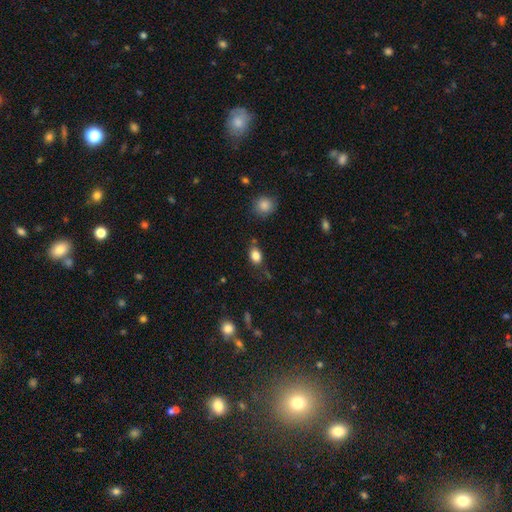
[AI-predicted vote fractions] The model was most divided on "how rounded": in between: 72%, round: 26%, cigar-shaped: 2%. More confident: smooth or featured — smooth (84%); merging — none (74%).